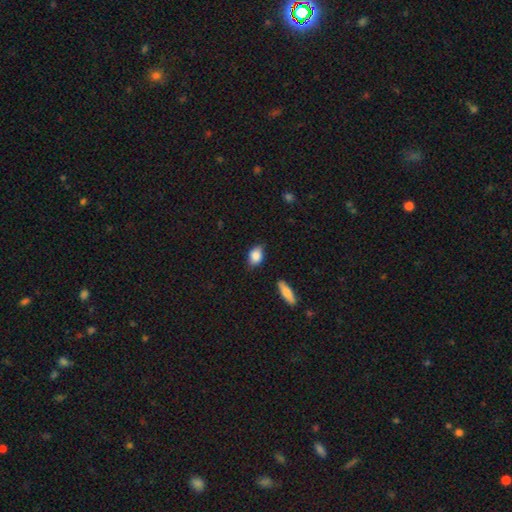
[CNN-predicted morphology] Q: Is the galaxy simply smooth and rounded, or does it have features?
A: smooth — 84%.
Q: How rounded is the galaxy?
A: in between — 77%.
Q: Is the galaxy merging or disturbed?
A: none — 74%.